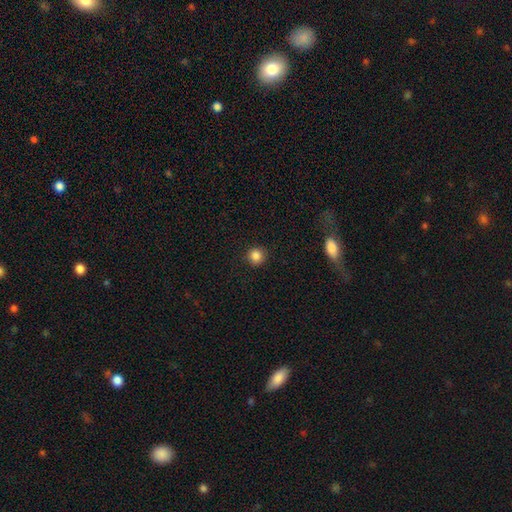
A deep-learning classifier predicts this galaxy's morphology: Smooth or featured: smooth — 86% (star or artifact — 11%)
How rounded: round — 93% (in between — 6%)
Merging: none — 90% (minor disturbance — 7%)